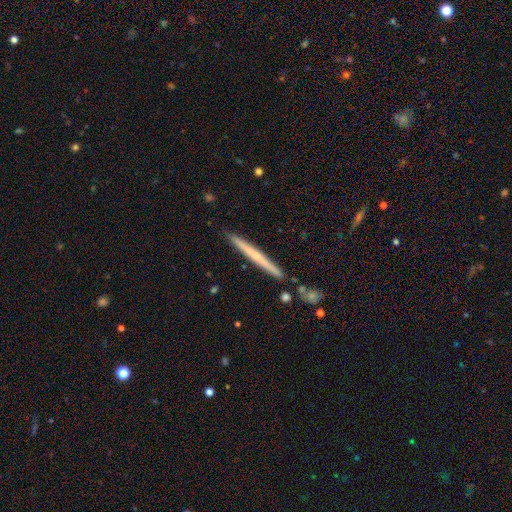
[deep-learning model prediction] A featured or disk galaxy (54%) viewed edge-on (97%) with no central bulge (64%).

Vote fractions:
- Smooth or featured? featured or disk: 54% / smooth: 40% / star or artifact: 6%
- Edge-on disk? yes: 97% / no: 3%
- Edge-on bulge? none: 64% / rounded: 31% / boxy: 4%
- Merging? none: 89% / minor disturbance: 7% / merger: 3% / major disturbance: 1%